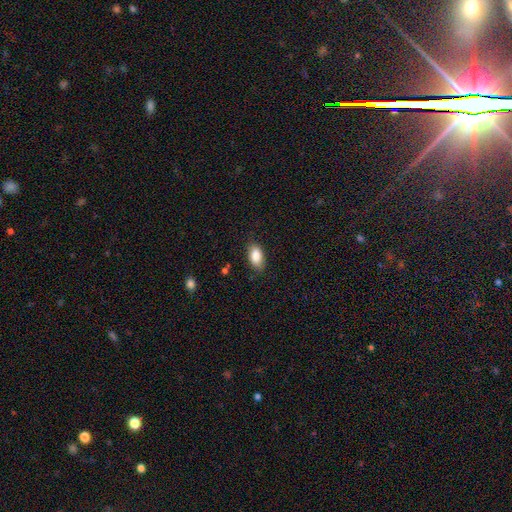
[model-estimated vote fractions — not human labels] Smooth or featured?
  - smooth: 87% *
  - star or artifact: 7%
  - featured or disk: 6%
How rounded?
  - in between: 91% *
  - round: 5%
  - cigar-shaped: 4%
Merging?
  - none: 81% *
  - minor disturbance: 15%
  - major disturbance: 3%
  - merger: 1%